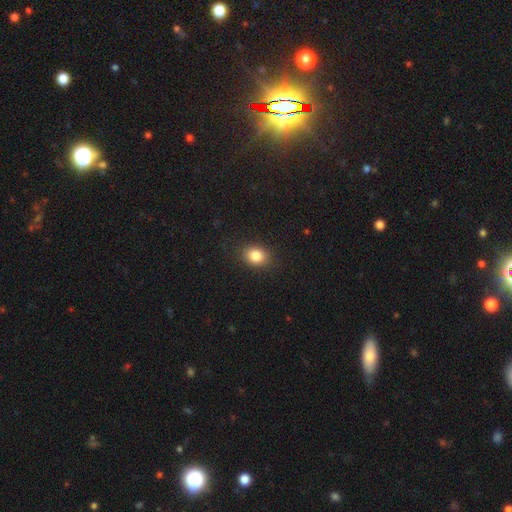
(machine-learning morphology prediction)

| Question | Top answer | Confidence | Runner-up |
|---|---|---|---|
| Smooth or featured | smooth | 85% | star or artifact (10%) |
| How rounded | in between | 59% | round (40%) |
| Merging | none | 86% | minor disturbance (10%) |